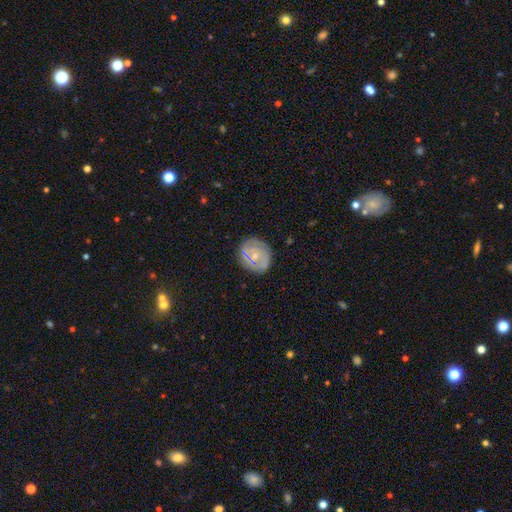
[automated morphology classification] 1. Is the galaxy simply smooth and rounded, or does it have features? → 58% featured or disk, 34% smooth, 8% star or artifact.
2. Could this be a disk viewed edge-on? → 97% no, 3% yes.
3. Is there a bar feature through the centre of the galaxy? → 65% no, 29% weak, 6% strong.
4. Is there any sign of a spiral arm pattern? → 70% yes, 30% no.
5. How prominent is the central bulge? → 62% small, 33% moderate, 3% none, 1% large, 1% dominant.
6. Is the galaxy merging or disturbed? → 79% none, 14% minor disturbance, 4% major disturbance, 2% merger.